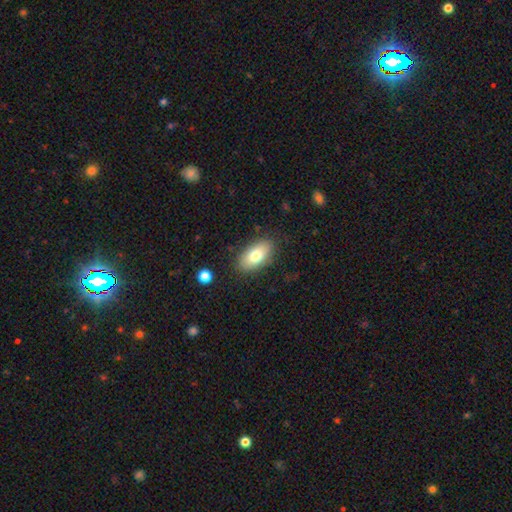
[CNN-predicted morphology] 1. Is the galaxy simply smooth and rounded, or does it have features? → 75% smooth, 18% featured or disk, 7% star or artifact.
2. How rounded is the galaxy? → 92% in between, 4% round, 4% cigar-shaped.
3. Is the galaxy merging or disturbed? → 84% none, 11% minor disturbance, 3% major disturbance, 2% merger.